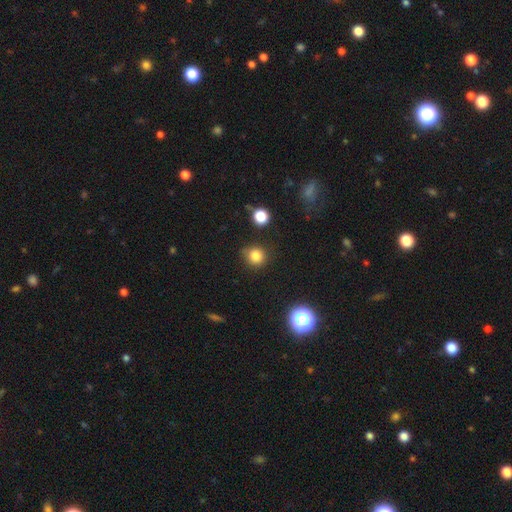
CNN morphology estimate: Smooth or featured: smooth — 81% (star or artifact — 14%)
How rounded: round — 90% (in between — 9%)
Merging: none — 80% (minor disturbance — 13%)